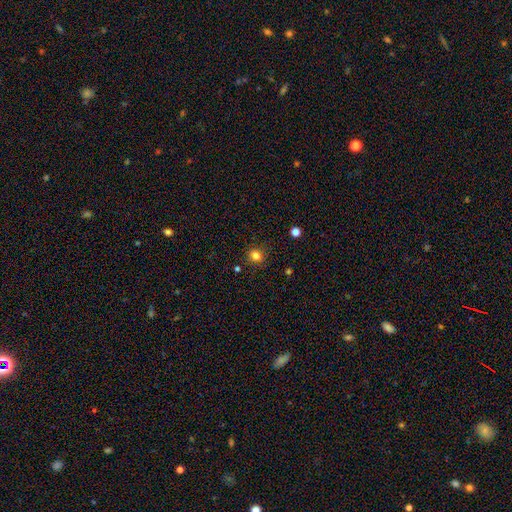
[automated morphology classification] type=smooth (82%); roundness=round (82%); merging=none (87%).